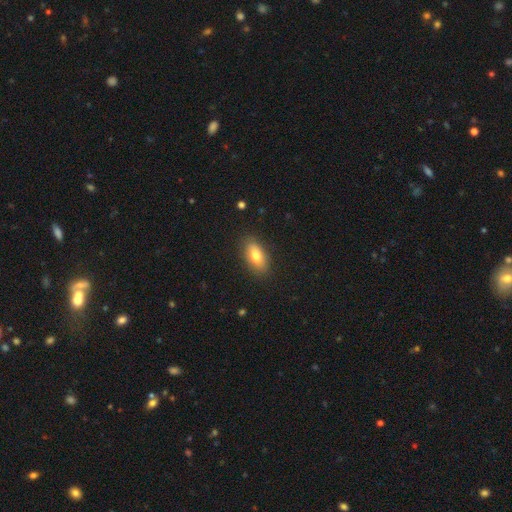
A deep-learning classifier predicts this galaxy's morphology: Q: Smooth or featured?
A: smooth (77%); runner-up: featured or disk (16%)
Q: How rounded?
A: in between (87%); runner-up: cigar-shaped (9%)
Q: Merging?
A: none (86%); runner-up: minor disturbance (11%)